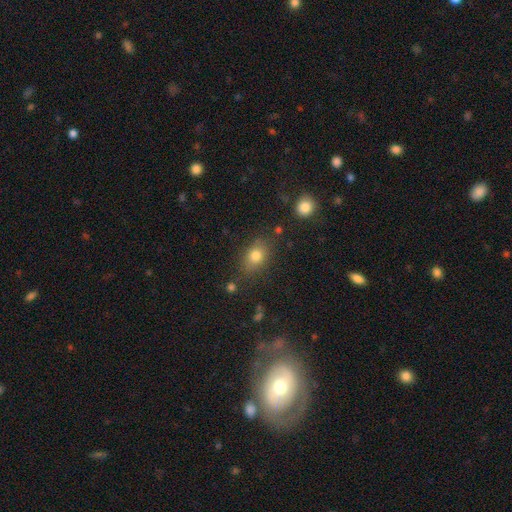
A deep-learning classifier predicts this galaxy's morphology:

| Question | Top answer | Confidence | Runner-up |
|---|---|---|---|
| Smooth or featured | smooth | 78% | star or artifact (12%) |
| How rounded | in between | 69% | round (29%) |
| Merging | none | 78% | minor disturbance (14%) |